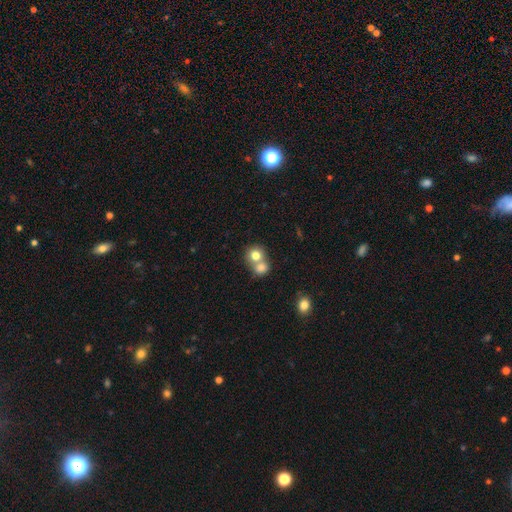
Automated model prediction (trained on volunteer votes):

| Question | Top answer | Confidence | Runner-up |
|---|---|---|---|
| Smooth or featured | smooth | 77% | featured or disk (14%) |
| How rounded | round | 81% | in between (18%) |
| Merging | merger | 60% | none (33%) |